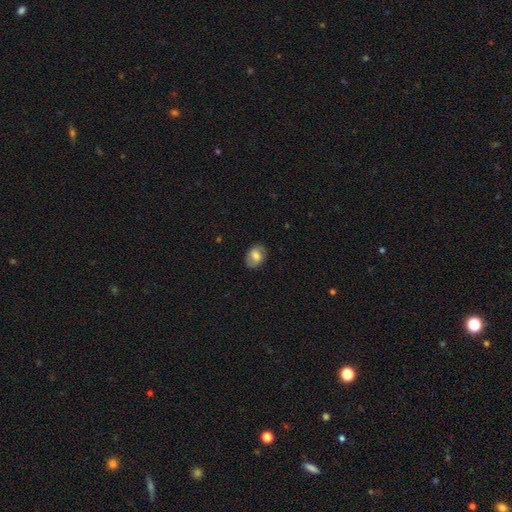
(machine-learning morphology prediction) smooth_or_featured: smooth (p=0.60) [alt: featured or disk p=0.31]
how_rounded: in between (p=0.73) [alt: round p=0.26]
merging: none (p=0.80) [alt: minor disturbance p=0.15]